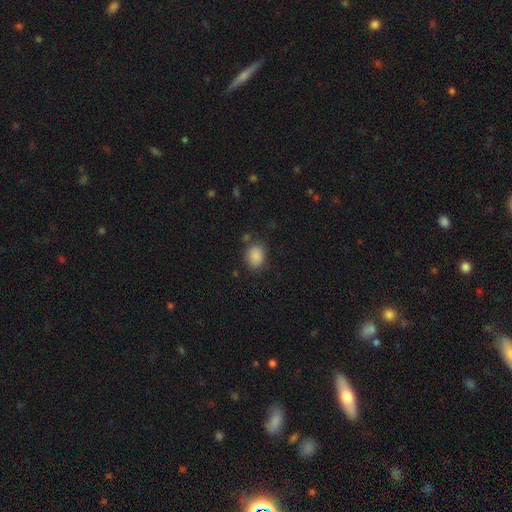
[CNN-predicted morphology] This appears to be a smooth galaxy with no disk features (86%) that is in between round and cigar-shaped (60%). Merging: none (76%).